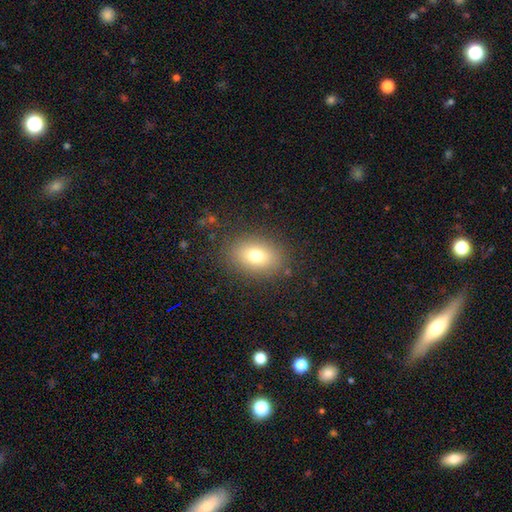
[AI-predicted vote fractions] Smooth or featured?
  - smooth: 75% *
  - featured or disk: 13%
  - star or artifact: 12%
How rounded?
  - in between: 73% *
  - round: 26%
  - cigar-shaped: 1%
Merging?
  - none: 84% *
  - minor disturbance: 10%
  - major disturbance: 5%
  - merger: 1%